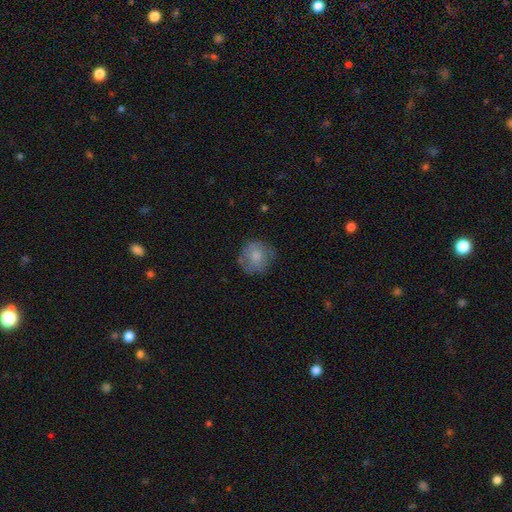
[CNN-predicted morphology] The model was most divided on "merging": none: 68%, minor disturbance: 22%, major disturbance: 8%, merger: 2%. More confident: how rounded — round (87%); smooth or featured — smooth (72%).